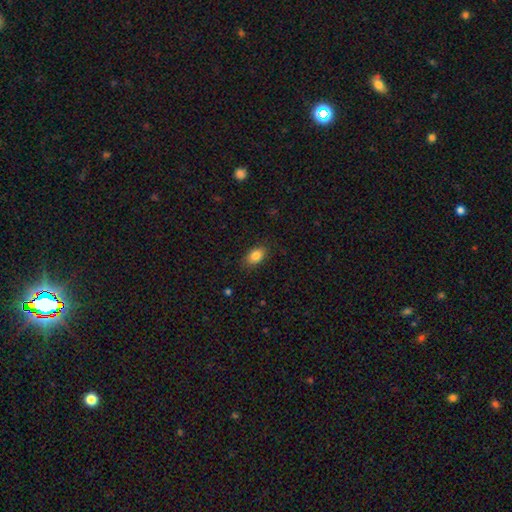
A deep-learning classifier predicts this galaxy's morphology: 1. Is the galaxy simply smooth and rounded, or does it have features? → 85% smooth, 8% star or artifact, 7% featured or disk.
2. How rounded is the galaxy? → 88% in between, 10% round, 2% cigar-shaped.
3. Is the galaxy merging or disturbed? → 85% none, 11% minor disturbance, 3% major disturbance, 1% merger.